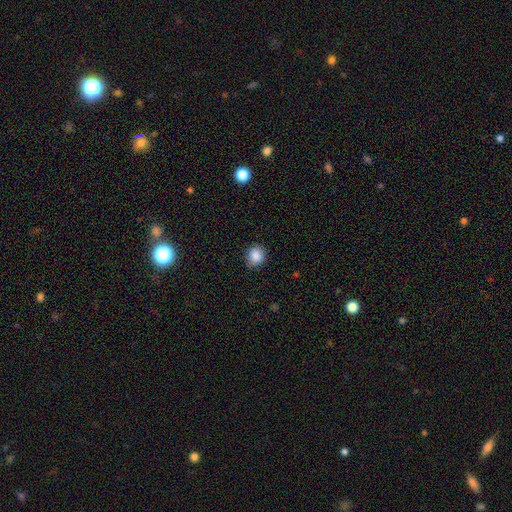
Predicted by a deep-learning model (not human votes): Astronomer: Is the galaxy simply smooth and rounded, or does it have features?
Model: smooth — 87%.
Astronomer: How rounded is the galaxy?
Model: round — 81%.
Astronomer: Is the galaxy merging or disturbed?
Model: none — 84%.